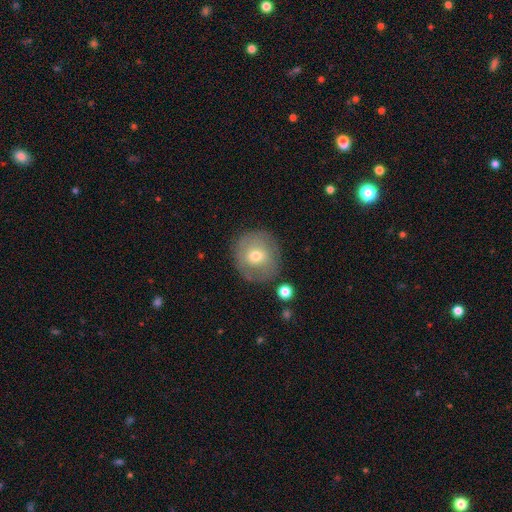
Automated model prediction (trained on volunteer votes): smooth-or-featured: smooth: 54% | featured or disk: 37% | star or artifact: 9%
  how-rounded: round: 87% | in between: 12% | cigar-shaped: 1%
  merging: none: 79% | minor disturbance: 14% | major disturbance: 5% | merger: 2%